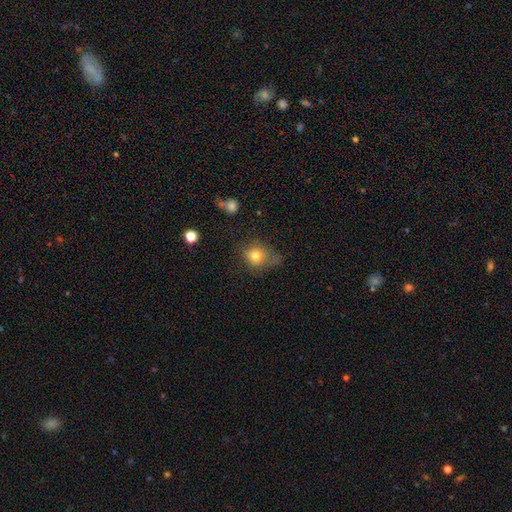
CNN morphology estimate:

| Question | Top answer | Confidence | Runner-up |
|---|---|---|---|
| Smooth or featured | smooth | 78% | star or artifact (12%) |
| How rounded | round | 73% | in between (26%) |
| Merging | none | 57% | minor disturbance (26%) |